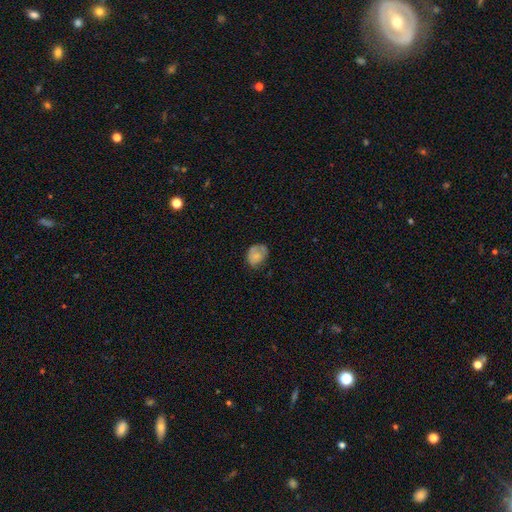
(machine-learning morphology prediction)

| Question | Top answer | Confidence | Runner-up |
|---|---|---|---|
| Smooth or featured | smooth | 72% | featured or disk (19%) |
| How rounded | in between | 53% | round (46%) |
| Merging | none | 53% | minor disturbance (32%) |